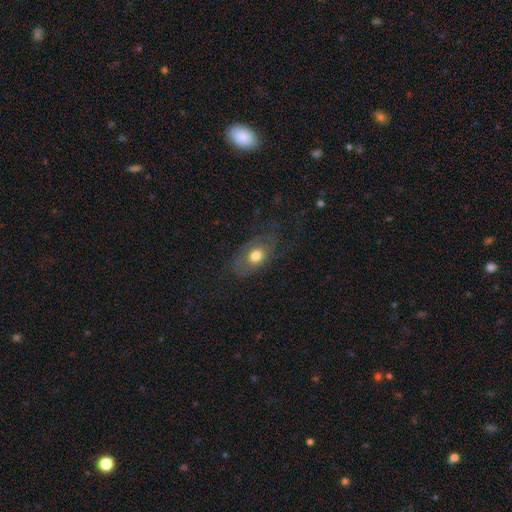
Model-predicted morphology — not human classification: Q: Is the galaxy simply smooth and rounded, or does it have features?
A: smooth — 54%.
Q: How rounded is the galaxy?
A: in between — 83%.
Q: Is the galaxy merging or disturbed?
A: none — 61%.